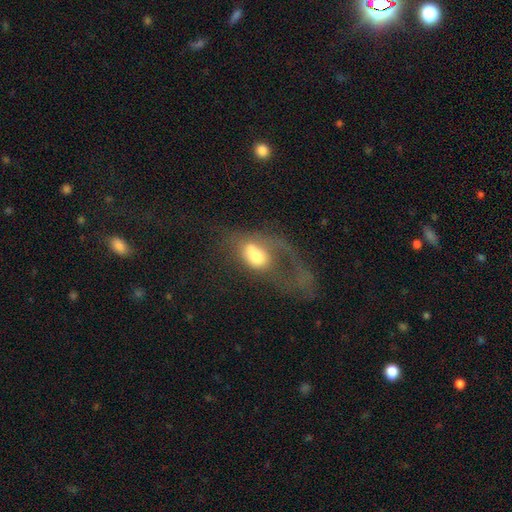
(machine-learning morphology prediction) Smooth or featured? smooth (45%, tied with featured or disk)
Merging? major disturbance (62%)